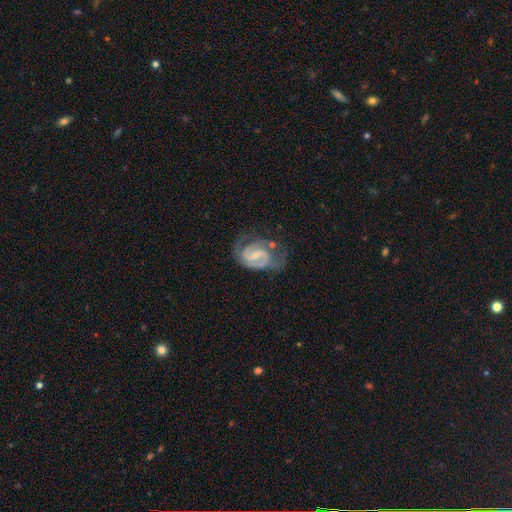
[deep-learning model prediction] A featured or disk galaxy (87%) with a weak bar (53%), 2 (84%) medium (51%) spiral arms (96%) and a small central bulge (60%).

Vote fractions:
- Smooth or featured? featured or disk: 87% / smooth: 8% / star or artifact: 5%
- Edge-on disk? no: 98% / yes: 2%
- Bar? weak: 53% / strong: 30% / no: 17%
- Spiral arms? yes: 96% / no: 4%
- Spiral winding? medium: 51% / tight: 34% / loose: 16%
- Spiral arm count? 2: 84% / can't tell: 6% / 1: 5% / 3: 3% / 4: 1% / more than 4: 1%
- Bulge size? small: 60% / moderate: 22% / none: 16% / large: 1% / dominant: 1%
- Merging? none: 54% / minor disturbance: 25% / major disturbance: 17% / merger: 4%